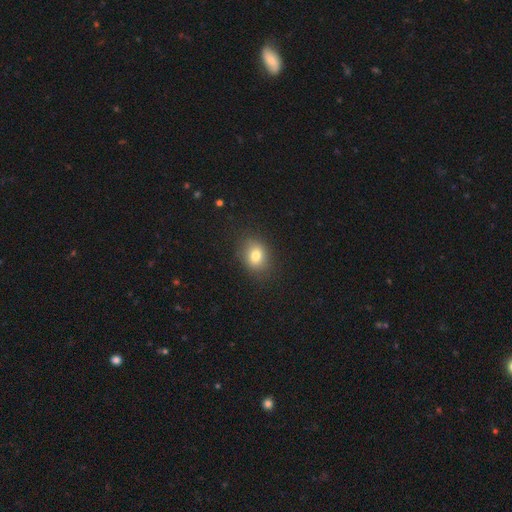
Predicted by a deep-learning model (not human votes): Smooth or featured? Predicted: smooth (p=0.79). How rounded? Predicted: in between (p=0.53). Merging? Predicted: none (p=0.84).